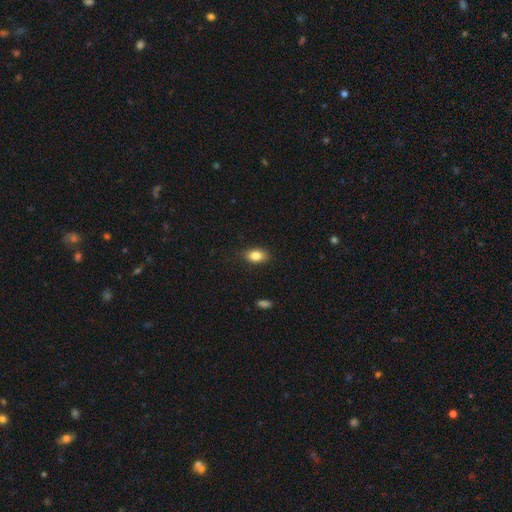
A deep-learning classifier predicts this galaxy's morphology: smooth 84%, star or artifact 8%, featured or disk 8%. Down the decision tree: how rounded — in between (86%); merging — none (85%).